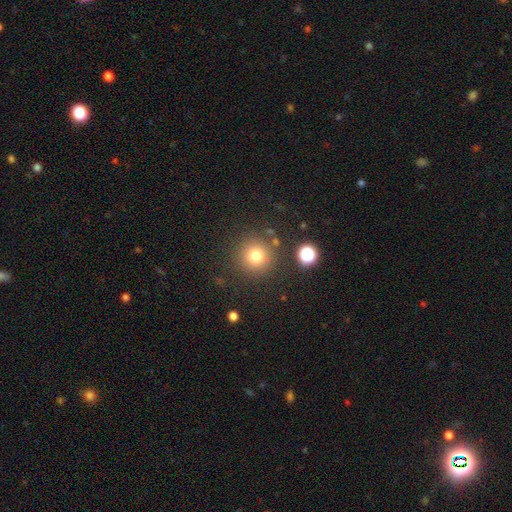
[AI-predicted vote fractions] This is likely a smooth galaxy (76%). How rounded: clearly round (95%). Merging: clearly none (84%).